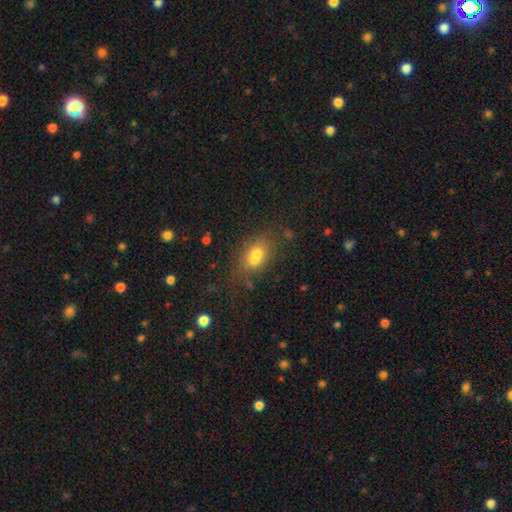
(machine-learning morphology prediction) smooth-or-featured: smooth: 69% | featured or disk: 19% | star or artifact: 12%
  how-rounded: in between: 76% | round: 21% | cigar-shaped: 4%
  merging: none: 39% | merger: 36% | minor disturbance: 16% | major disturbance: 8%